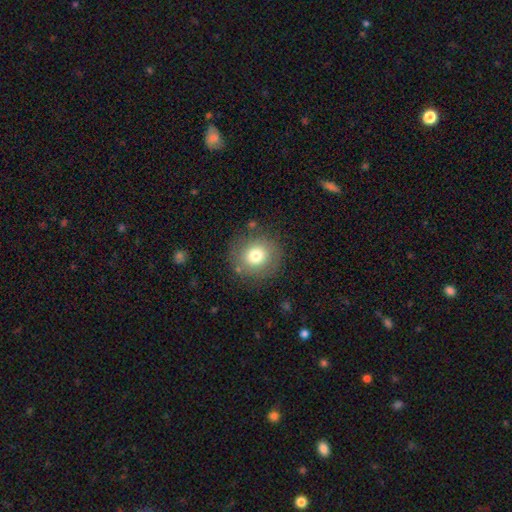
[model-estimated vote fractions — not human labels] This appears to be a smooth galaxy with no disk features (74%) that is round (91%). Merging: none (84%).